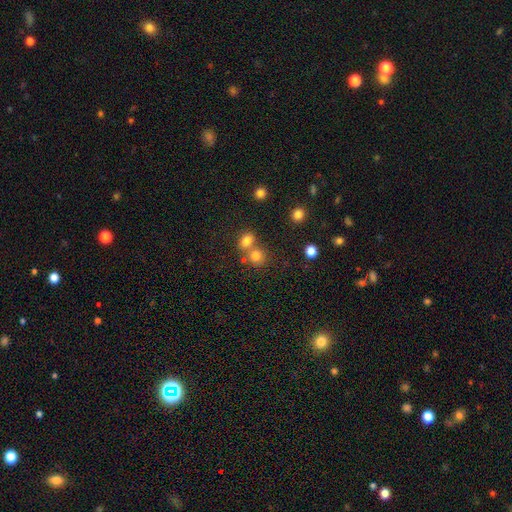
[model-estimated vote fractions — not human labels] Smooth or featured: smooth — 78% (star or artifact — 14%)
How rounded: round — 76% (in between — 23%)
Merging: none — 49% (merger — 41%)